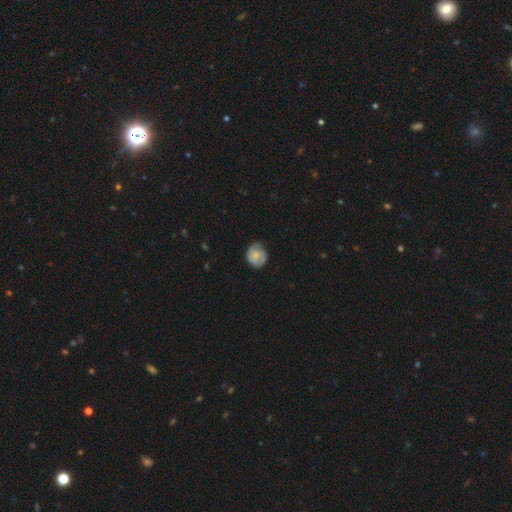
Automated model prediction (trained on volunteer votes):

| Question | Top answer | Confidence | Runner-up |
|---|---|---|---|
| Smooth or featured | featured or disk | 52% | smooth (42%) |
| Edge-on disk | no | 97% | yes (3%) |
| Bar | no | 70% | weak (26%) |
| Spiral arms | yes | 84% | no (16%) |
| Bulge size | small | 49% | moderate (36%) |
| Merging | none | 68% | minor disturbance (25%) |